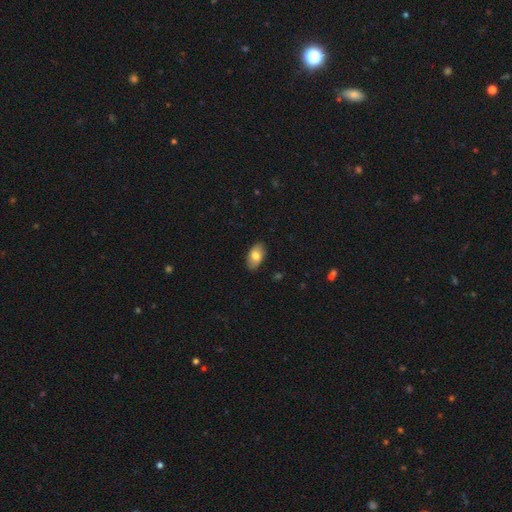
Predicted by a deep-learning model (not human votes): Smooth or featured? smooth (75%)
How rounded? in between (94%)
Merging? none (87%)